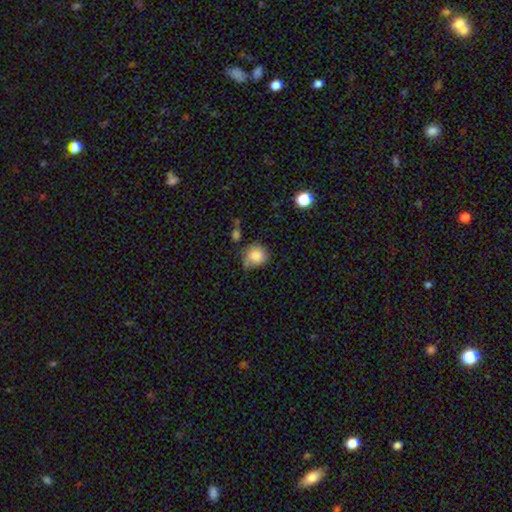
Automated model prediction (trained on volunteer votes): Smooth or featured: smooth — 84% (star or artifact — 9%)
How rounded: round — 84% (in between — 15%)
Merging: none — 56% (minor disturbance — 29%)